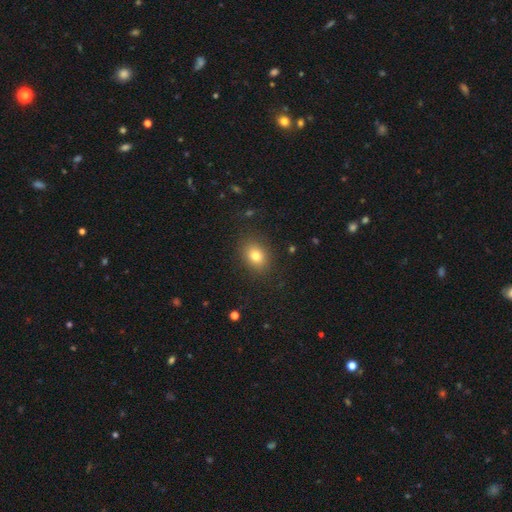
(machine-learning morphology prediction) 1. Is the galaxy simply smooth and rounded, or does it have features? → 78% smooth, 12% star or artifact, 10% featured or disk.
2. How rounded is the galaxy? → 58% in between, 41% round, 1% cigar-shaped.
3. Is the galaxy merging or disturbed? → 86% none, 9% minor disturbance, 4% major disturbance, 1% merger.